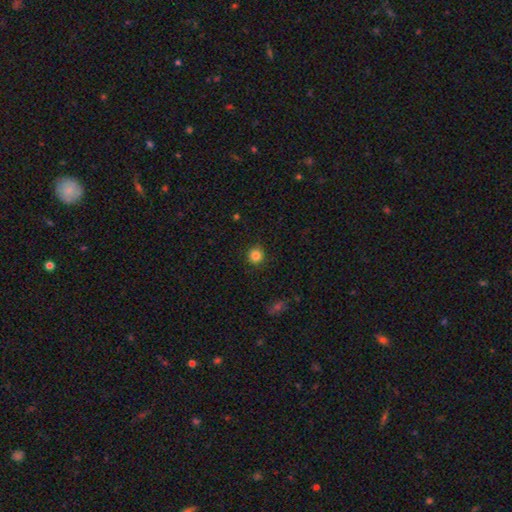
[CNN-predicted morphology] smooth-or-featured: smooth: 84% | star or artifact: 12% | featured or disk: 4%
  how-rounded: round: 93% | in between: 6% | cigar-shaped: 1%
  merging: none: 89% | minor disturbance: 8% | major disturbance: 2% | merger: 1%